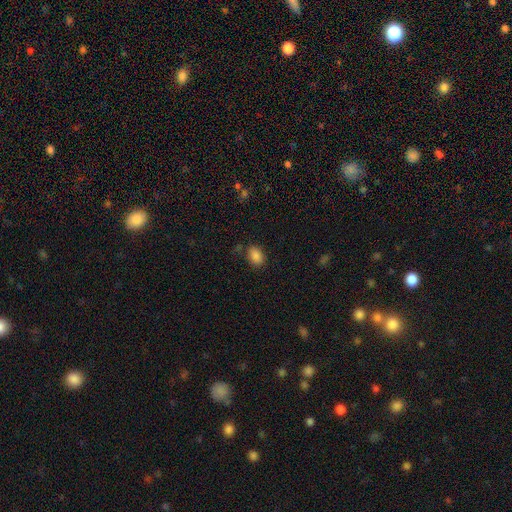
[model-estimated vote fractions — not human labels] A smooth galaxy with no disk features (86%) that is in between round and cigar-shaped (81%).

Vote fractions:
- Smooth or featured? smooth: 86% / star or artifact: 10% / featured or disk: 4%
- How rounded? in between: 81% / round: 18% / cigar-shaped: 1%
- Merging? none: 78% / minor disturbance: 14% / major disturbance: 4% / merger: 4%